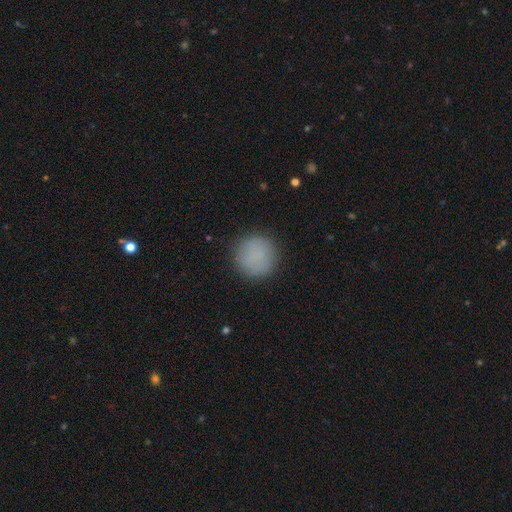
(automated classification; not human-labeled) smooth-or-featured: smooth: 85% | star or artifact: 9% | featured or disk: 6%
  how-rounded: round: 95% | in between: 4% | cigar-shaped: 1%
  merging: none: 89% | minor disturbance: 8% | major disturbance: 3% | merger: 1%